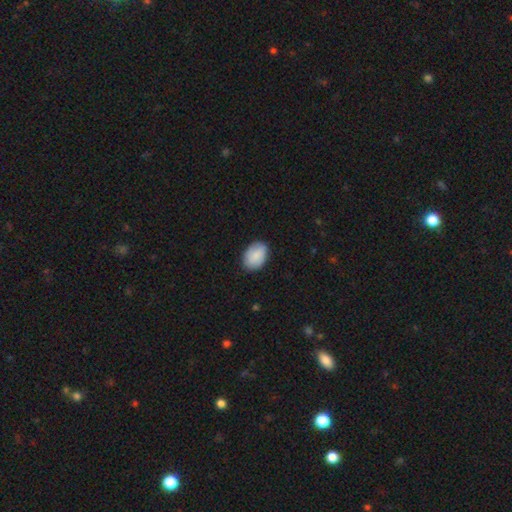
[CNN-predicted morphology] Smooth or featured?
  - smooth: 84% *
  - featured or disk: 10%
  - star or artifact: 6%
How rounded?
  - in between: 83% *
  - round: 16%
  - cigar-shaped: 1%
Merging?
  - none: 82% *
  - minor disturbance: 14%
  - major disturbance: 3%
  - merger: 1%